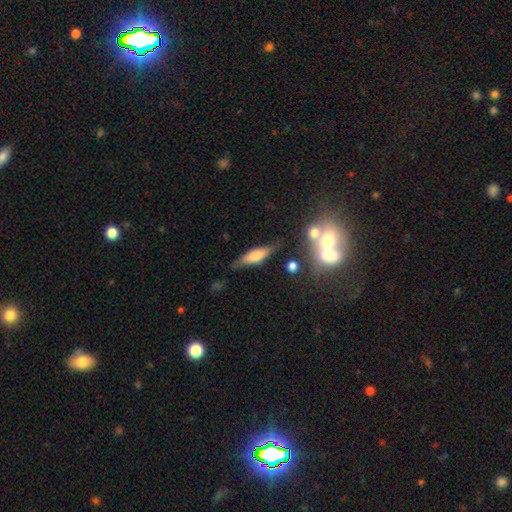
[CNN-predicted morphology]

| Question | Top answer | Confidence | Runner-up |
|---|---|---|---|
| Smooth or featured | smooth | 50% | featured or disk (42%) |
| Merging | none | 69% | minor disturbance (19%) |